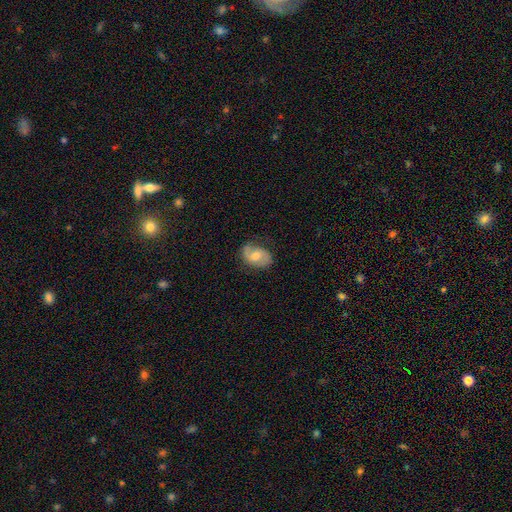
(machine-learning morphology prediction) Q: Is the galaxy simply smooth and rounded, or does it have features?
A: smooth — 47%.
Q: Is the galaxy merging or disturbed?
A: none — 71%.